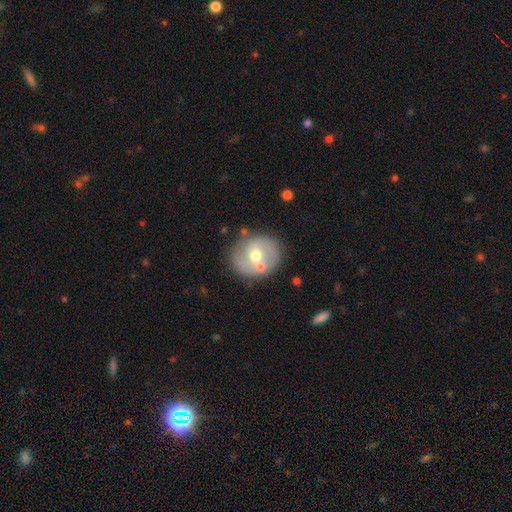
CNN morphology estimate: Smooth or featured?
  - featured or disk: 53% *
  - smooth: 39%
  - star or artifact: 7%
Edge-on disk?
  - no: 96% *
  - yes: 4%
Bar?
  - no: 54% *
  - weak: 35%
  - strong: 11%
Spiral arms?
  - no: 59% *
  - yes: 41%
Bulge size?
  - moderate: 76% *
  - small: 14%
  - large: 7%
  - none: 1%
  - dominant: 1%
Merging?
  - none: 71% *
  - minor disturbance: 14%
  - merger: 10%
  - major disturbance: 5%